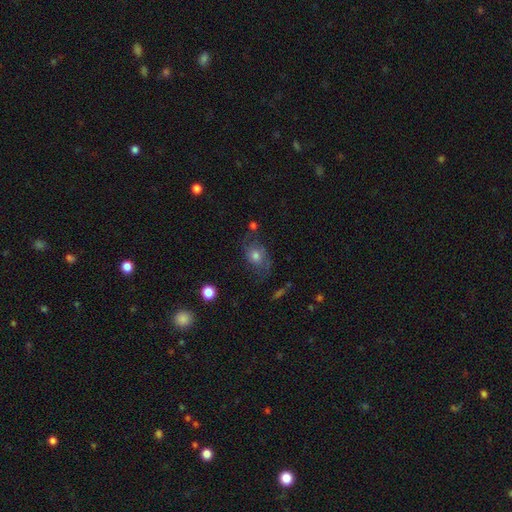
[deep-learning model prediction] This is possibly a smooth galaxy (48%). Merging: possibly none (55%).